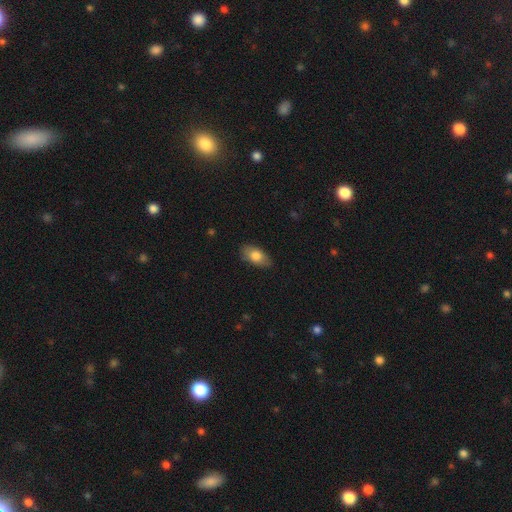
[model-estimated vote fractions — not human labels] The model was most divided on "smooth or featured": smooth: 78%, featured or disk: 15%, star or artifact: 6%. More confident: how rounded — in between (91%); merging — none (80%).